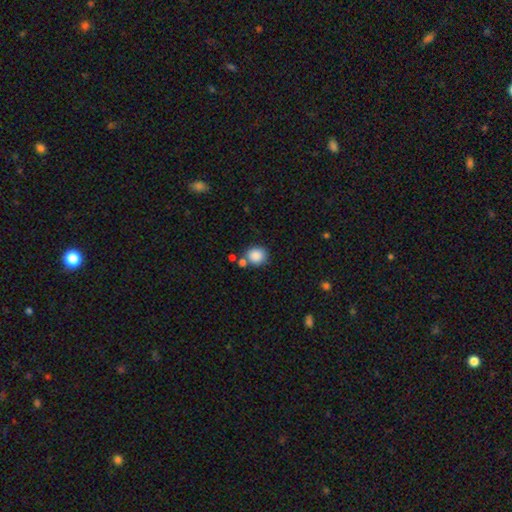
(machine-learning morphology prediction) This appears to be a smooth galaxy with no disk features (87%) that is round (83%). Merging: none (69%).